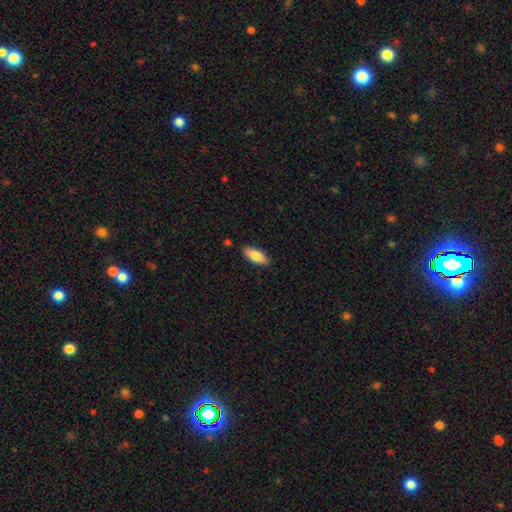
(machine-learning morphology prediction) Q: Smooth or featured?
A: smooth (81%); runner-up: featured or disk (13%)
Q: How rounded?
A: in between (80%); runner-up: cigar-shaped (18%)
Q: Merging?
A: none (87%); runner-up: minor disturbance (9%)